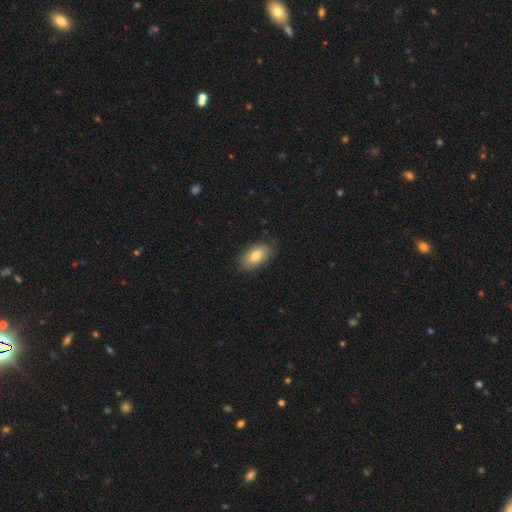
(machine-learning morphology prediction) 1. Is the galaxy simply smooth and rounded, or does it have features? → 78% smooth, 15% featured or disk, 7% star or artifact.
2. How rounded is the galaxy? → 92% in between, 5% round, 3% cigar-shaped.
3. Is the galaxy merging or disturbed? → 82% none, 15% minor disturbance, 3% major disturbance, 1% merger.